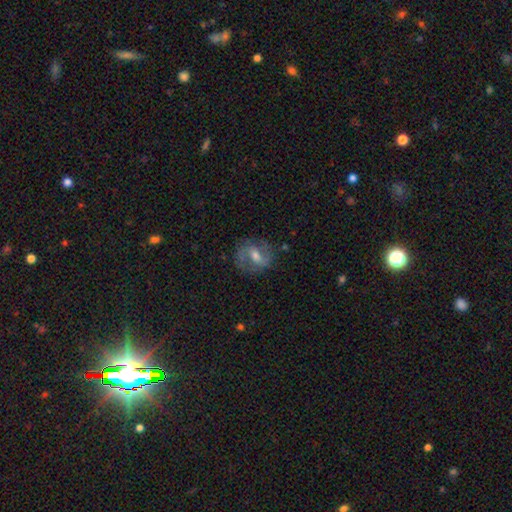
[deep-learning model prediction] smooth_or_featured: featured or disk (p=0.64) [alt: smooth p=0.27]
disk_edge_on: no (p=0.96) [alt: yes p=0.04]
bar: weak (p=0.49) [alt: strong p=0.28]
has_spiral_arms: yes (p=0.81) [alt: no p=0.19]
bulge_size: moderate (p=0.63) [alt: small p=0.25]
merging: none (p=0.76) [alt: minor disturbance p=0.16]